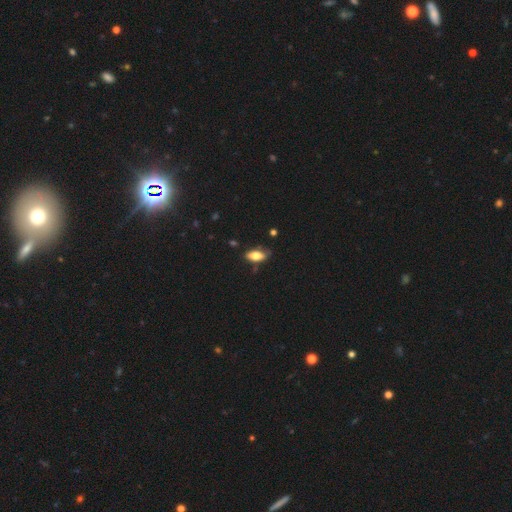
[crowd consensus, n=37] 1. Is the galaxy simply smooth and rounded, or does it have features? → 86% smooth, 11% featured or disk, 3% star or artifact.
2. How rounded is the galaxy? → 91% in between, 6% cigar-shaped, 3% round.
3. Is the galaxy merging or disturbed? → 56% none, 25% minor disturbance, 14% major disturbance, 6% merger.